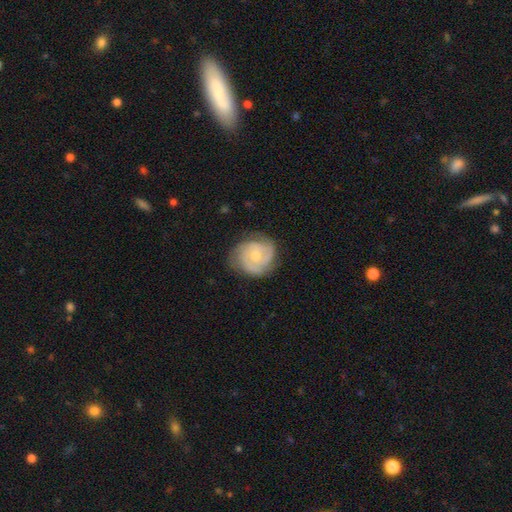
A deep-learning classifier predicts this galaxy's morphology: smooth-or-featured: featured or disk: 76% | smooth: 19% | star or artifact: 5%
  disk-edge-on: no: 98% | yes: 2%
    bar: no: 72% | weak: 25% | strong: 4%
    has-spiral-arms: yes: 93% | no: 7%
      spiral-winding: tight: 58% | medium: 34% | loose: 8%
      spiral-arm-count: 3: 36% | 2: 33% | can't tell: 19% | 4: 5% | 1: 4% | more than 4: 3%
    bulge-size: moderate: 58% | small: 38% | large: 2% | none: 1% | dominant: 1%
  merging: none: 71% | minor disturbance: 21% | major disturbance: 6% | merger: 1%